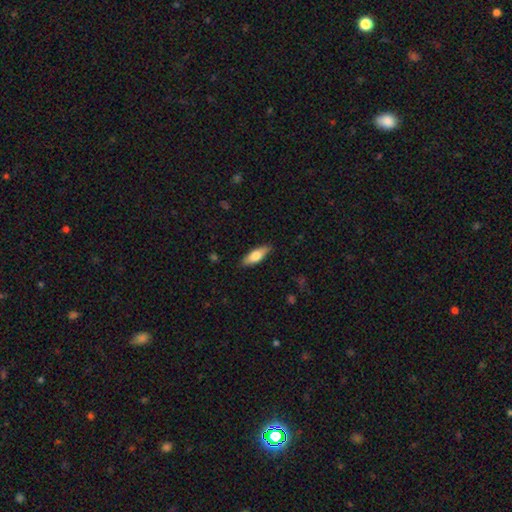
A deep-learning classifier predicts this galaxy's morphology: A smooth galaxy with no disk features (66%) that is in between round and cigar-shaped (60%).

Vote fractions:
- Smooth or featured? smooth: 66% / featured or disk: 28% / star or artifact: 6%
- How rounded? in between: 60% / cigar-shaped: 37% / round: 2%
- Merging? none: 86% / minor disturbance: 11% / major disturbance: 2% / merger: 1%